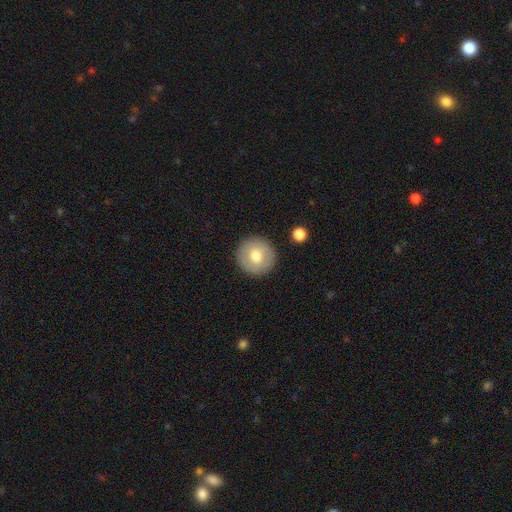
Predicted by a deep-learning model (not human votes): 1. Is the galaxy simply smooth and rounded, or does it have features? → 66% smooth, 26% featured or disk, 7% star or artifact.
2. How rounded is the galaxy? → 95% round, 4% in between, 1% cigar-shaped.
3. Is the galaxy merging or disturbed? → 90% none, 6% minor disturbance, 2% major disturbance, 1% merger.